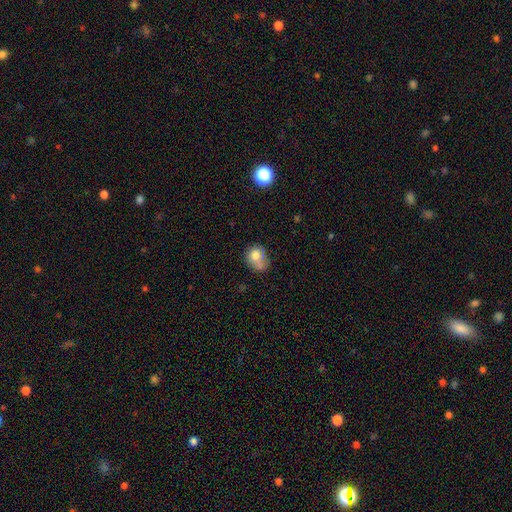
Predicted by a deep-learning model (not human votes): Smooth or featured?
  - smooth: 72% *
  - featured or disk: 18%
  - star or artifact: 10%
How rounded?
  - round: 56% *
  - in between: 43%
  - cigar-shaped: 1%
Merging?
  - none: 40% *
  - minor disturbance: 26%
  - merger: 20%
  - major disturbance: 14%